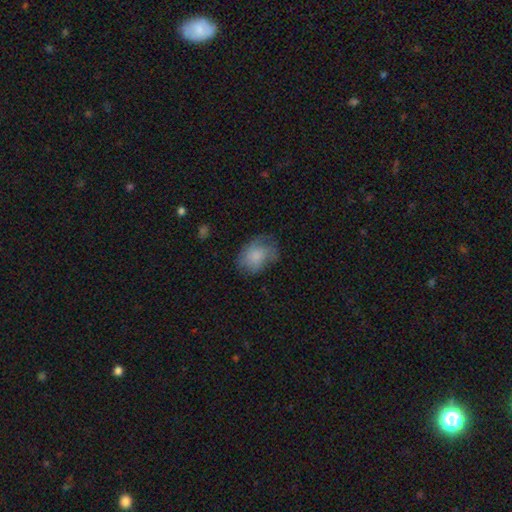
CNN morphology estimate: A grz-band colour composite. It shows a smooth galaxy with no disk features (71%) that is in between round and cigar-shaped (69%). Merging: none (52%).